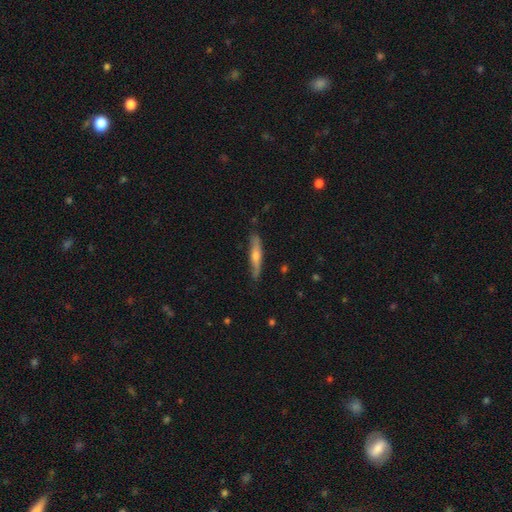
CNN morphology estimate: featured or disk 53%, smooth 40%, star or artifact 6%. Down the decision tree: edge-on disk — yes (90%); merging — none (86%).